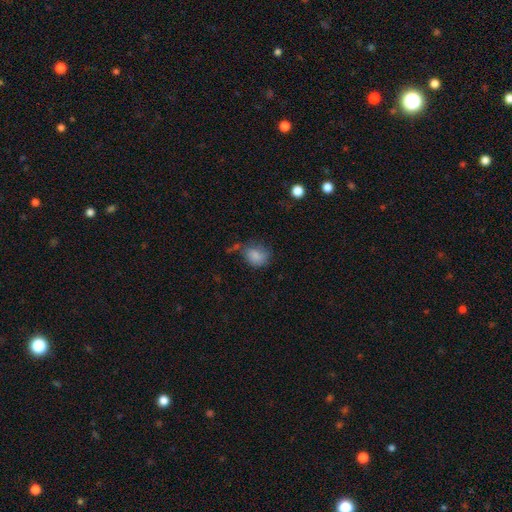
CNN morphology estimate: smooth-or-featured: smooth: 82% | star or artifact: 10% | featured or disk: 8%
  how-rounded: in between: 53% | round: 45% | cigar-shaped: 1%
  merging: none: 50% | minor disturbance: 29% | major disturbance: 13% | merger: 7%